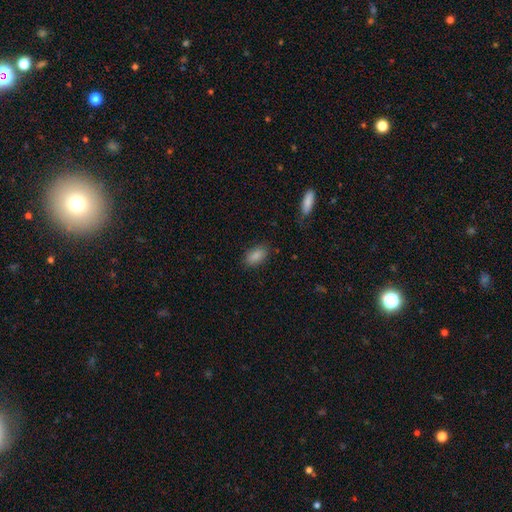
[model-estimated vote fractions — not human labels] The model was most divided on "merging": none: 84%, minor disturbance: 12%, major disturbance: 3%, merger: 1%. More confident: how rounded — in between (90%); smooth or featured — smooth (86%).